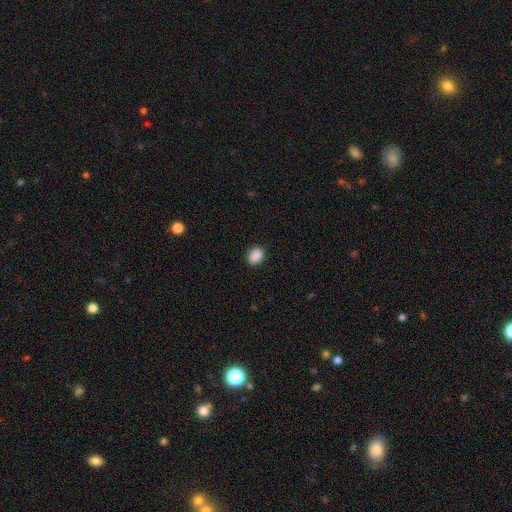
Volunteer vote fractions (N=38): smooth_or_featured: smooth (p=0.89) [alt: star or artifact p=0.08]
how_rounded: in between (p=0.88) [alt: round p=0.12]
merging: none (p=0.80) [alt: minor disturbance p=0.20]